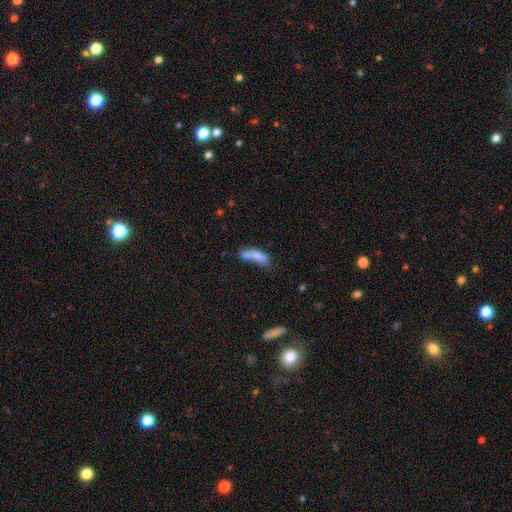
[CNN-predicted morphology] A smooth galaxy with no disk features (73%) that is in between round and cigar-shaped (58%).

Vote fractions:
- Smooth or featured? smooth: 73% / featured or disk: 17% / star or artifact: 10%
- How rounded? in between: 58% / cigar-shaped: 39% / round: 3%
- Merging? merger: 41% / none: 27% / minor disturbance: 18% / major disturbance: 14%